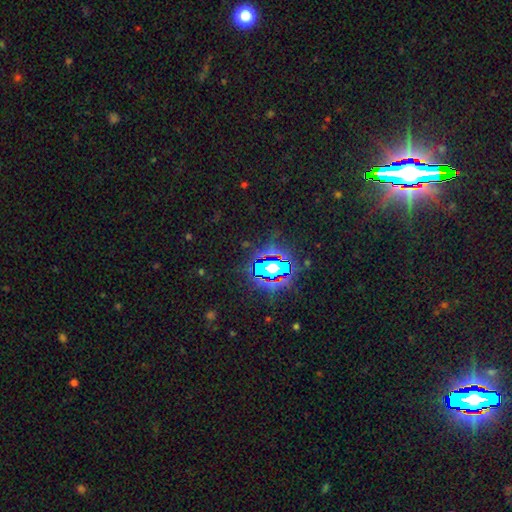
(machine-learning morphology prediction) Smooth or featured? Predicted: star or artifact (p=0.80).